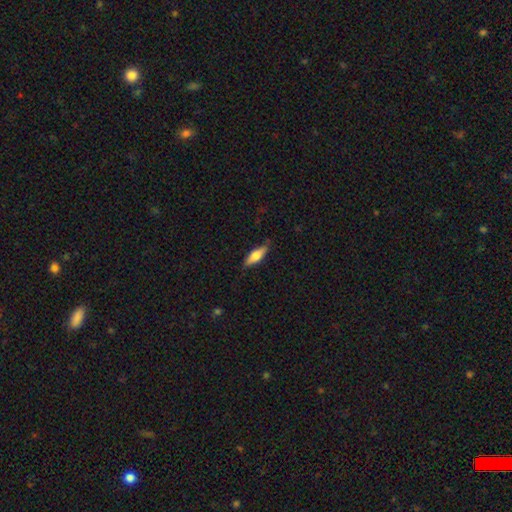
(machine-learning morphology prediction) Smooth or featured?
  - smooth: 61% *
  - featured or disk: 33%
  - star or artifact: 6%
How rounded?
  - in between: 54% *
  - cigar-shaped: 44%
  - round: 2%
Merging?
  - none: 82% *
  - minor disturbance: 14%
  - major disturbance: 3%
  - merger: 1%